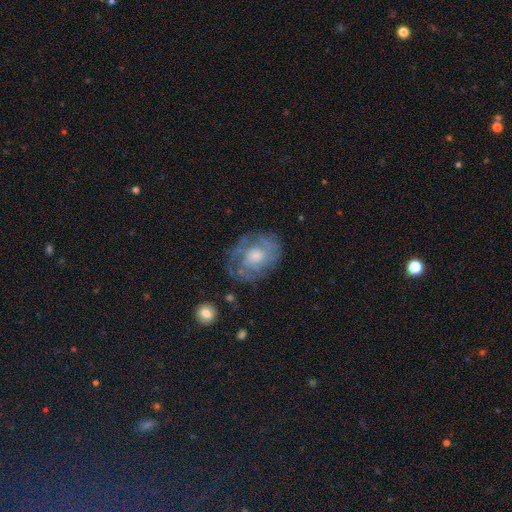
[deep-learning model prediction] Q: Smooth or featured?
A: featured or disk (65%); runner-up: smooth (26%)
Q: Edge-on disk?
A: no (96%); runner-up: yes (4%)
Q: Bar?
A: no (81%); runner-up: weak (17%)
Q: Spiral arms?
A: yes (71%); runner-up: no (29%)
Q: Bulge size?
A: moderate (56%); runner-up: small (26%)
Q: Merging?
A: none (67%); runner-up: minor disturbance (21%)